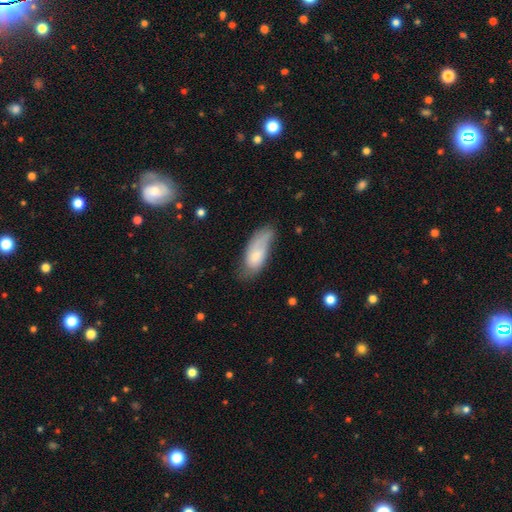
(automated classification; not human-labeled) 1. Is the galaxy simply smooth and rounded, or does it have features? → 57% smooth, 36% featured or disk, 7% star or artifact.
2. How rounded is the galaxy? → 84% in between, 13% cigar-shaped, 3% round.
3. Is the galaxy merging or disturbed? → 43% none, 35% minor disturbance, 18% major disturbance, 4% merger.